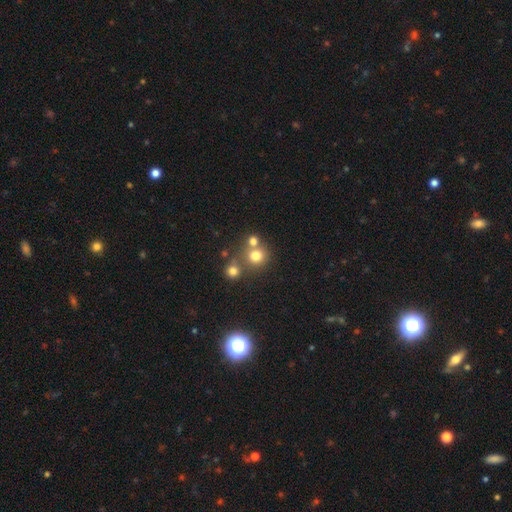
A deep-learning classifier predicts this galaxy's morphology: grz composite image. It shows a smooth galaxy with no disk features (74%) that is round (88%). Merging: none (58%).